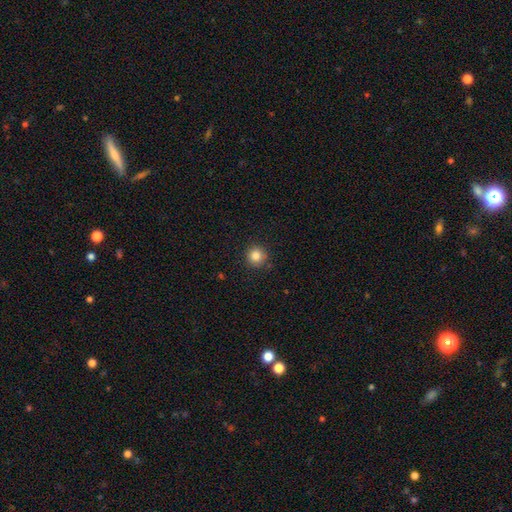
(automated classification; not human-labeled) The model was most divided on "smooth or featured": smooth: 84%, star or artifact: 11%, featured or disk: 5%. More confident: how rounded — round (94%); merging — none (89%).